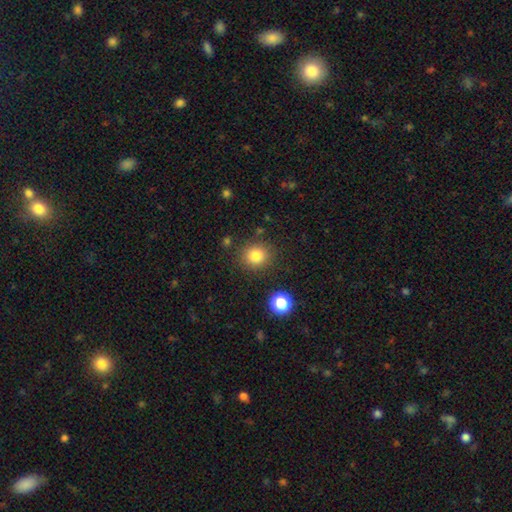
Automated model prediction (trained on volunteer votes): Overall: smooth (82%). How rounded: round (85%). Merging: none (85%).